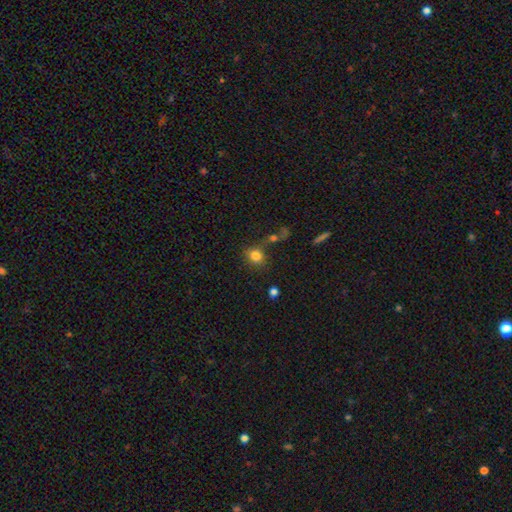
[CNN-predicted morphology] A smooth galaxy with no disk features (82%) that is round (79%). Merging: none (69%).